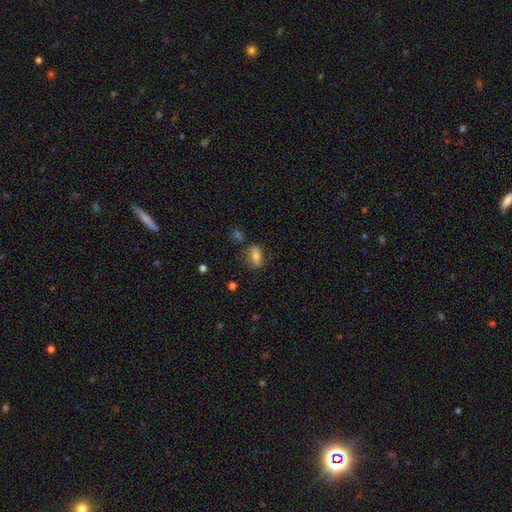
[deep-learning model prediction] Smooth or featured?
  - smooth: 65% *
  - featured or disk: 24%
  - star or artifact: 11%
How rounded?
  - in between: 81% *
  - round: 10%
  - cigar-shaped: 9%
Merging?
  - none: 68% *
  - minor disturbance: 20%
  - major disturbance: 7%
  - merger: 5%